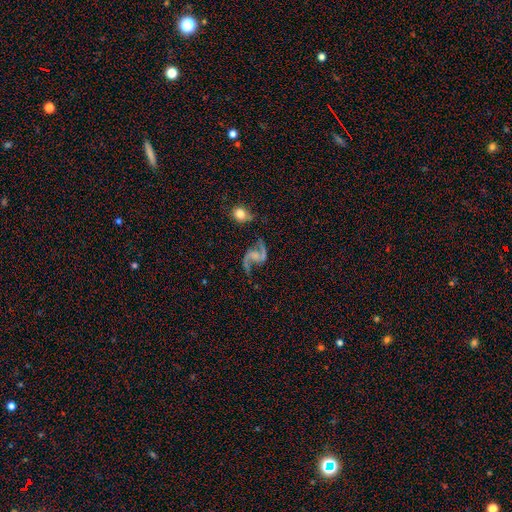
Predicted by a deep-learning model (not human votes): Smooth or featured? featured or disk (87%)
Edge-on disk? no (98%)
Bar? no (50%)
Spiral arms? yes (96%)
Spiral winding? loose (74%)
Spiral arm count? 2 (92%)
Bulge size? none (55%)
Merging? none (63%)